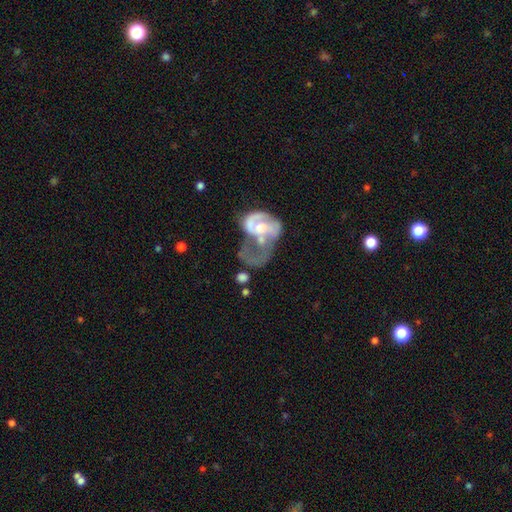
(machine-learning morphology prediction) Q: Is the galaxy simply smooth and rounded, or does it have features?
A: featured or disk — 69%.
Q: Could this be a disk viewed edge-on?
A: no — 97%.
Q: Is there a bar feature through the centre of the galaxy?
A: no — 67%.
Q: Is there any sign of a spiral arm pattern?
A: yes — 57%.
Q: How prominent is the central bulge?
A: moderate — 54%.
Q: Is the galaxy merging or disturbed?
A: merger — 43%.